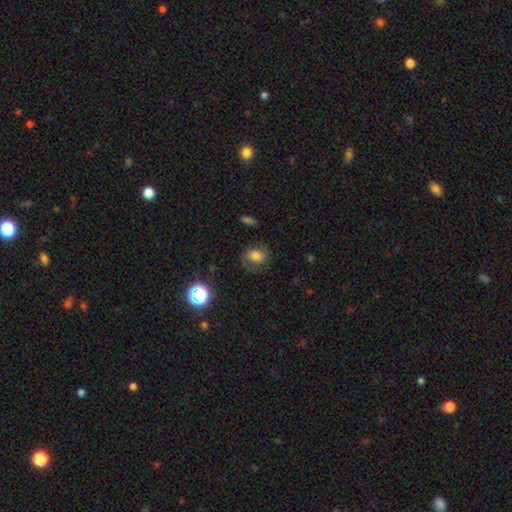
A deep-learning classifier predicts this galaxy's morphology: A smooth galaxy with no disk features (44%).

Vote fractions:
- Smooth or featured? smooth: 44% / featured or disk: 42% / star or artifact: 14%
- Merging? none: 67% / minor disturbance: 19% / major disturbance: 12% / merger: 2%